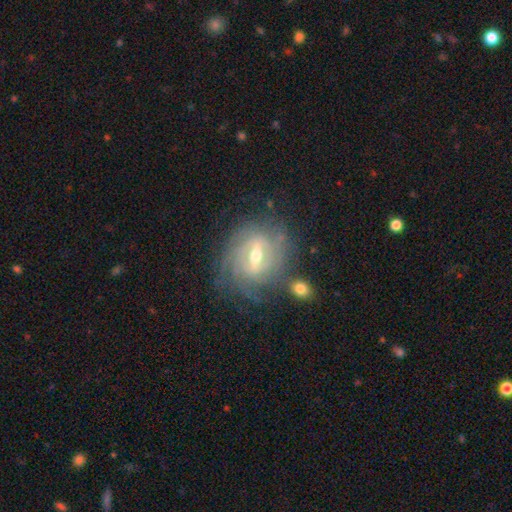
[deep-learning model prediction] A featured or disk galaxy (84%) with a strong bar (48%), tight (67%) spiral arms (91%) and a moderate central bulge (65%). Merging: none (70%).